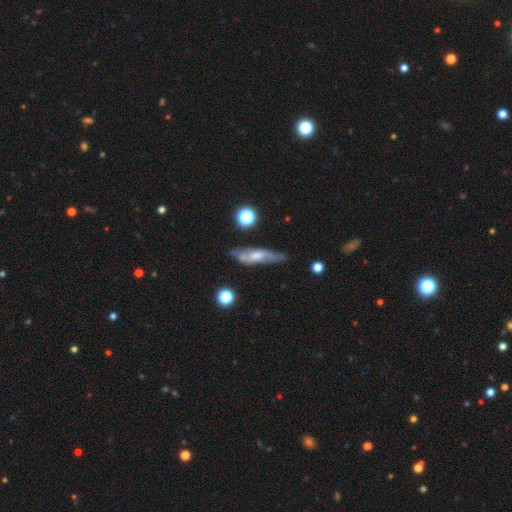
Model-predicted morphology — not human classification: The model was most divided on "smooth or featured": featured or disk: 50%, smooth: 42%, star or artifact: 8%. More confident: merging — none (65%); edge-on disk — yes (54%).